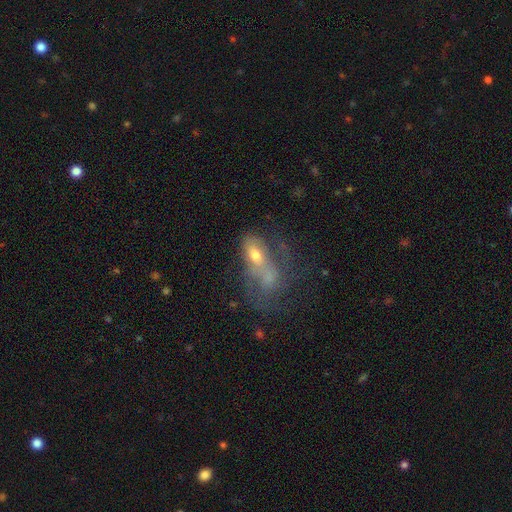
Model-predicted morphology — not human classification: A smooth galaxy with no disk features (47%). Merging: merger (37%).